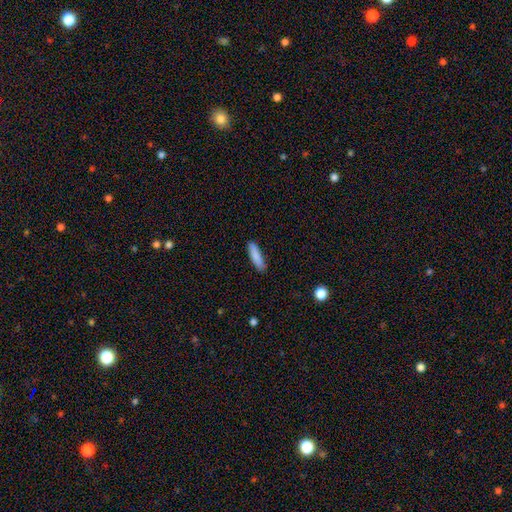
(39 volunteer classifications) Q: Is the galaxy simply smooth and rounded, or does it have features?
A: smooth — 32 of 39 (82%).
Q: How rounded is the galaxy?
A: cigar-shaped — 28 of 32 (88%).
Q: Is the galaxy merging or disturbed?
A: none — 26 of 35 (74%).